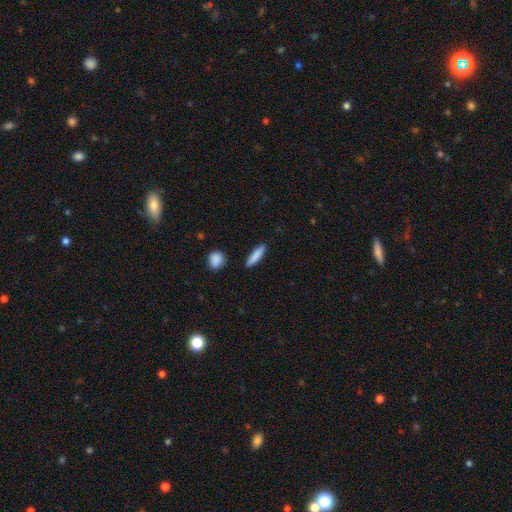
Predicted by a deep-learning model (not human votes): smooth 84%, featured or disk 9%, star or artifact 6%. Down the decision tree: how rounded — cigar-shaped (78%); merging — none (88%).